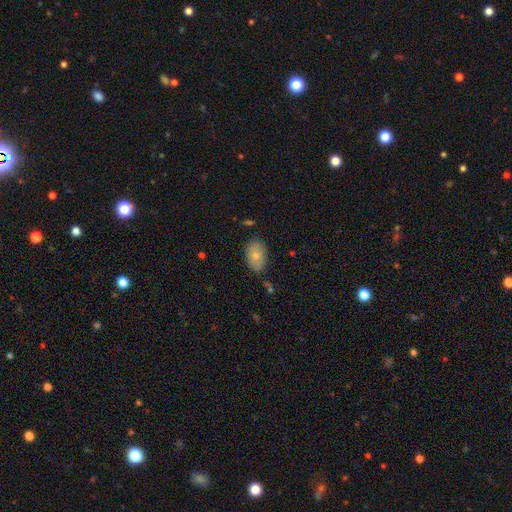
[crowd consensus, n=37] Volunteers were most divided on "merging": none: 83%, minor disturbance: 17%, major disturbance: 0%, merger: 0%. More confident: how rounded — in between (91%); smooth or featured — smooth (86%).